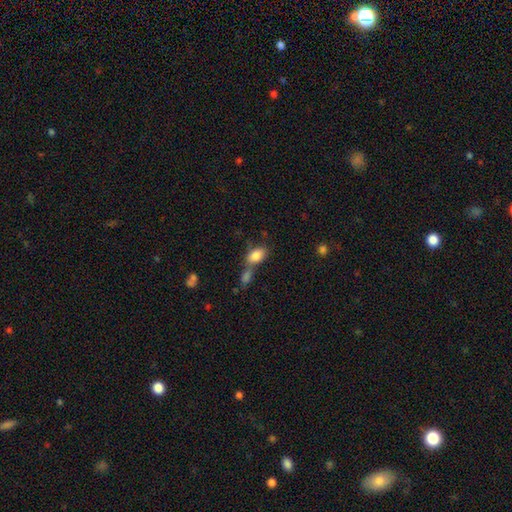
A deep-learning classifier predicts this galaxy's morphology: Smooth or featured?
  - smooth: 84% *
  - featured or disk: 8%
  - star or artifact: 8%
How rounded?
  - in between: 89% *
  - round: 9%
  - cigar-shaped: 3%
Merging?
  - merger: 47% *
  - none: 36%
  - minor disturbance: 11%
  - major disturbance: 5%